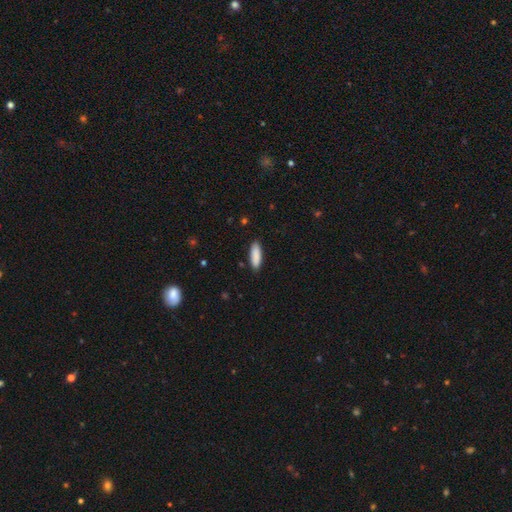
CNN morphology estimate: A smooth galaxy with no disk features (89%) that is in between round and cigar-shaped (51%). Merging: none (88%).